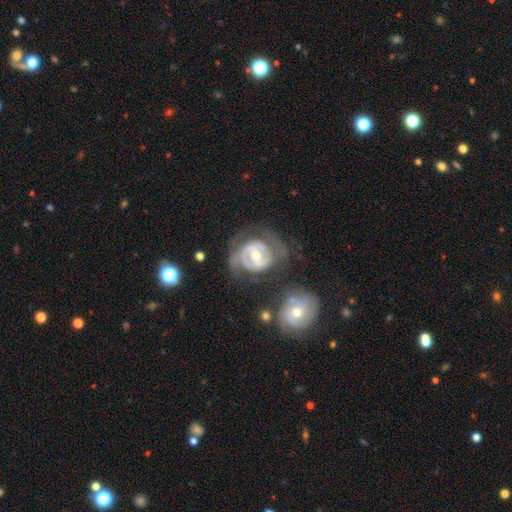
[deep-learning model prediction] smooth_or_featured: featured or disk (p=0.86) [alt: smooth p=0.10]
disk_edge_on: no (p=0.97) [alt: yes p=0.03]
bar: weak (p=0.47) [alt: strong p=0.28]
has_spiral_arms: yes (p=0.91) [alt: no p=0.09]
spiral_winding: tight (p=0.53) [alt: medium p=0.37]
spiral_arm_count: 2 (p=0.58) [alt: can't tell p=0.19]
bulge_size: moderate (p=0.63) [alt: small p=0.33]
merging: none (p=0.52) [alt: minor disturbance p=0.22]